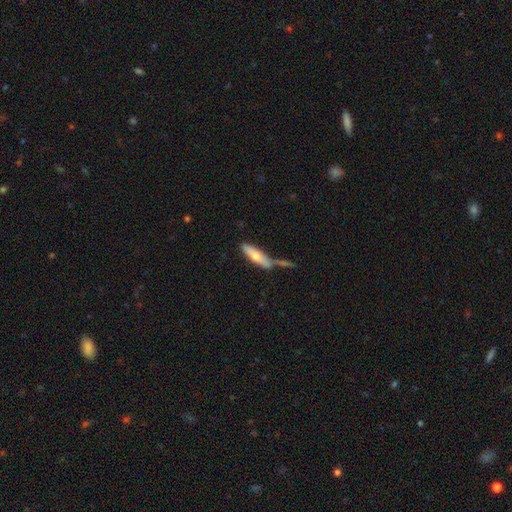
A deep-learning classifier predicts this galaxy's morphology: smooth_or_featured: smooth (p=0.64) [alt: featured or disk p=0.31]
how_rounded: cigar-shaped (p=0.67) [alt: in between p=0.31]
merging: none (p=0.48) [alt: merger p=0.29]